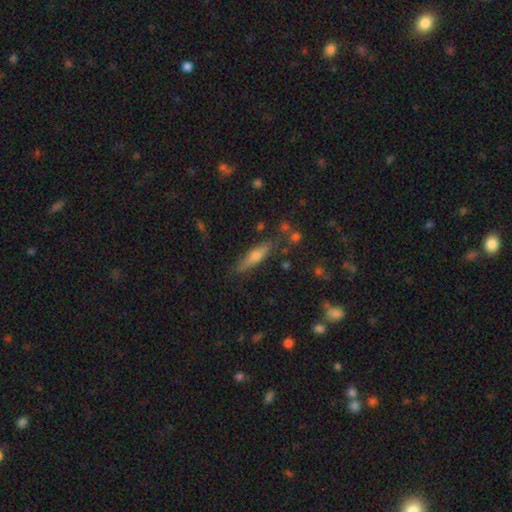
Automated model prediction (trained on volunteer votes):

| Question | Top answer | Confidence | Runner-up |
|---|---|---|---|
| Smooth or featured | smooth | 51% | featured or disk (41%) |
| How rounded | cigar-shaped | 77% | in between (20%) |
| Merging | none | 81% | minor disturbance (13%) |